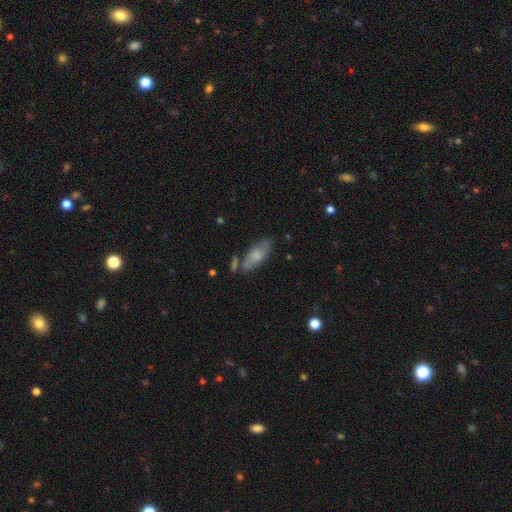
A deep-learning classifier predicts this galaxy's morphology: This appears to be a smooth galaxy with no disk features (65%) that is in between round and cigar-shaped (82%). Merging: none (66%).